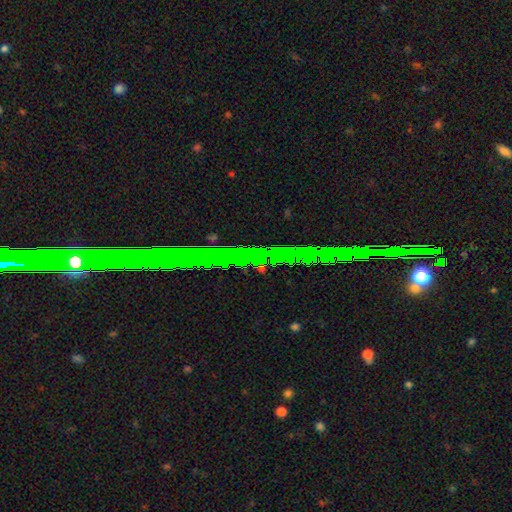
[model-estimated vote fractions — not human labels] Smooth or featured: star or artifact — 62% (featured or disk — 24%)